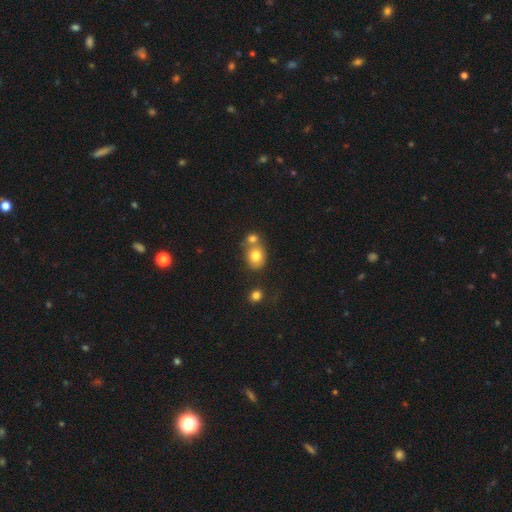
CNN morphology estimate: Smooth or featured: smooth — 78% (featured or disk — 12%)
How rounded: round — 56% (in between — 43%)
Merging: none — 44% (merger — 42%)